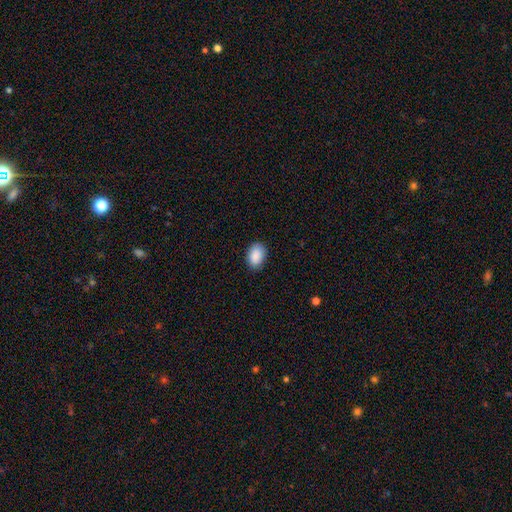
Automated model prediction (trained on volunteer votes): Smooth or featured?
  - smooth: 90% *
  - star or artifact: 7%
  - featured or disk: 4%
How rounded?
  - in between: 85% *
  - round: 13%
  - cigar-shaped: 1%
Merging?
  - none: 84% *
  - minor disturbance: 12%
  - major disturbance: 2%
  - merger: 1%